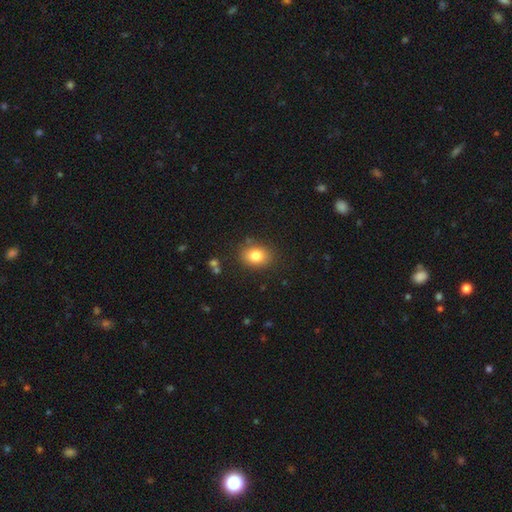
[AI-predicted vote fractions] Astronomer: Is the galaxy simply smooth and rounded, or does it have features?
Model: smooth — 82%.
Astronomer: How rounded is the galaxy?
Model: in between — 58% (runner-up: round, 41%).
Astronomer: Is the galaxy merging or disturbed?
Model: none — 84%.